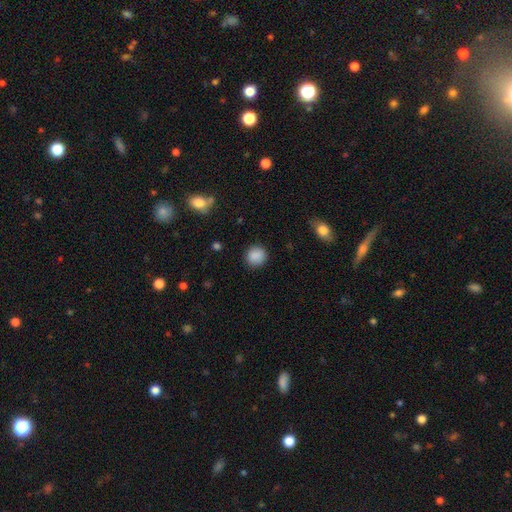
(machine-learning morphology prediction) A smooth galaxy with no disk features (88%) that is round (86%). Merging: none (89%).